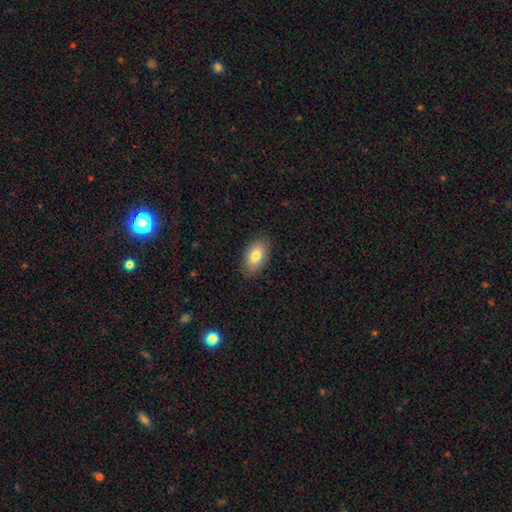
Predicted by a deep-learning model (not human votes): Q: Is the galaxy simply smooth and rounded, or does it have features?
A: smooth — 80%.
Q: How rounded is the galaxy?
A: in between — 92%.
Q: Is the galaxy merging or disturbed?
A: none — 86%.